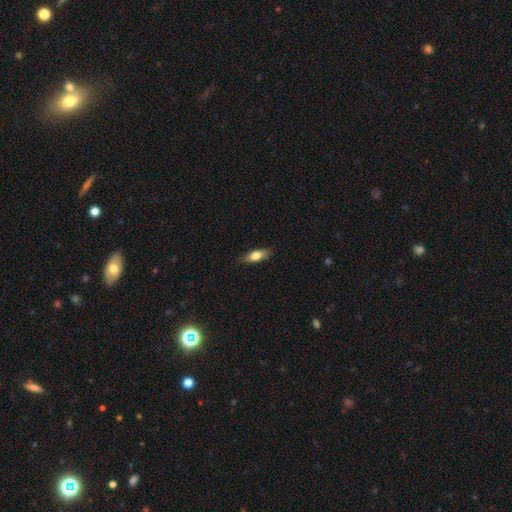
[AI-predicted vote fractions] Smooth or featured? Predicted: smooth (p=0.70). How rounded? Predicted: in between (p=0.65). Merging? Predicted: none (p=0.83).